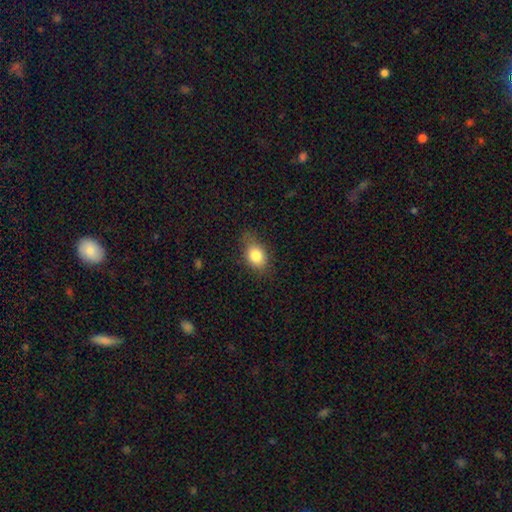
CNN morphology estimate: Smooth or featured? Predicted: smooth (p=0.82). How rounded? Predicted: in between (p=0.71). Merging? Predicted: none (p=0.66).